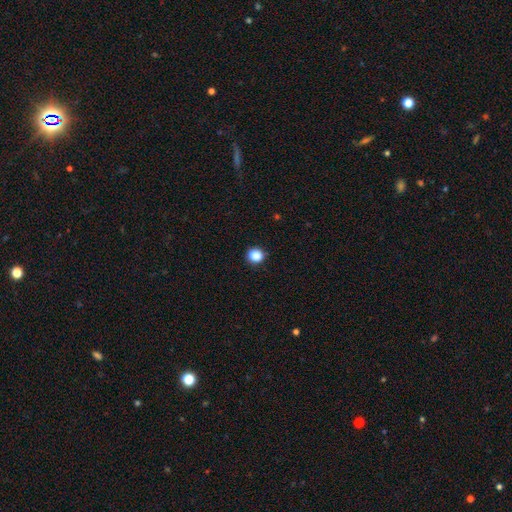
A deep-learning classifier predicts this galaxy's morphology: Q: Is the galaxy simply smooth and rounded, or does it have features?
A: smooth — 88%.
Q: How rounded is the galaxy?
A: round — 88%.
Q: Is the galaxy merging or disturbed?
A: none — 91%.